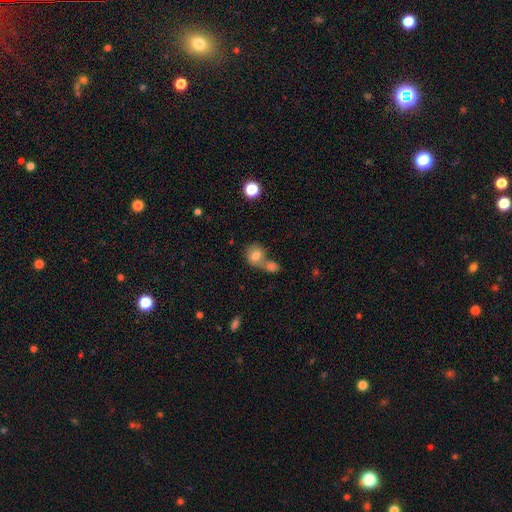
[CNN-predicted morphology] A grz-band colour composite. It shows a smooth galaxy with no disk features (78%) that is round (71%). Merging: merger (50%).